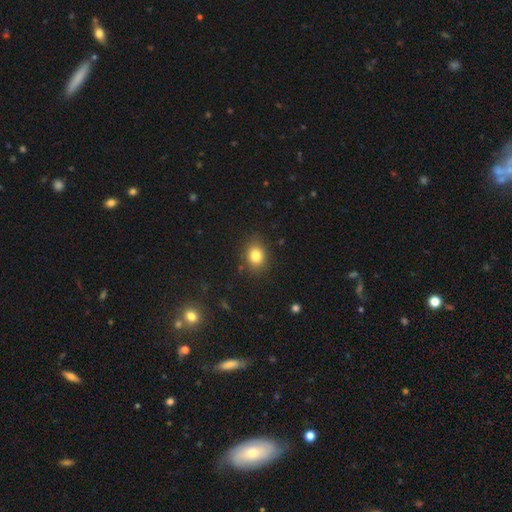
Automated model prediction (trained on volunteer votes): Smooth or featured?
  - smooth: 81% *
  - star or artifact: 11%
  - featured or disk: 7%
How rounded?
  - round: 56% *
  - in between: 43%
  - cigar-shaped: 1%
Merging?
  - none: 85% *
  - minor disturbance: 10%
  - major disturbance: 3%
  - merger: 1%